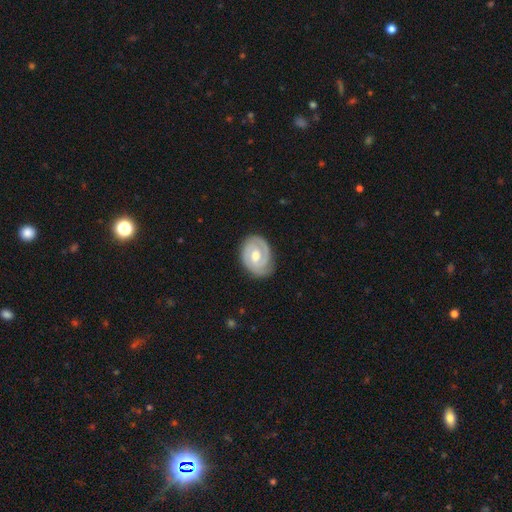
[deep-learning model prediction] This is clearly a featured or disk galaxy (82%). It is clearly not viewed edge-on (97%). Bar: possibly weak (46%). Spiral arm pattern: clearly yes (93%). Spiral arm count: likely 2 (72%). Spiral winding: likely tight (67%). Central bulge: likely moderate (73%). Merging: likely none (80%).